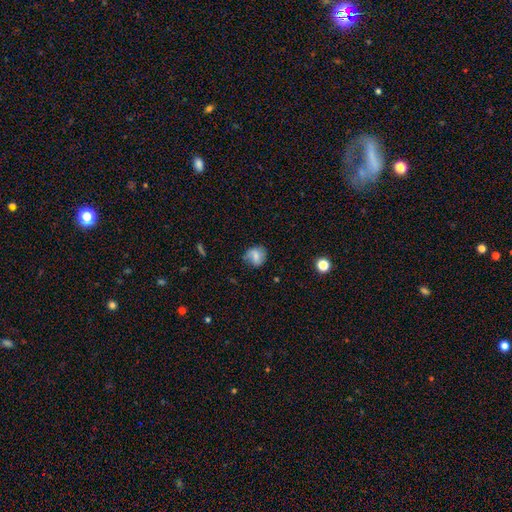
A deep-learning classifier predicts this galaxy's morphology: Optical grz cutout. It shows a smooth galaxy with no disk features (61%) that is round (73%). Merging: none (65%).